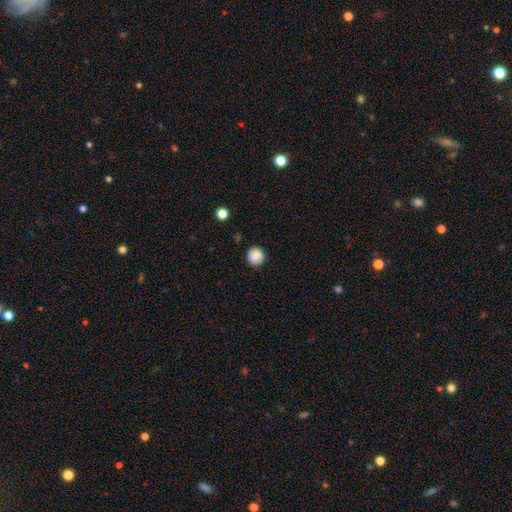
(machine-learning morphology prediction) Q: Smooth or featured?
A: smooth (86%); runner-up: star or artifact (9%)
Q: How rounded?
A: round (93%); runner-up: in between (7%)
Q: Merging?
A: none (88%); runner-up: minor disturbance (8%)